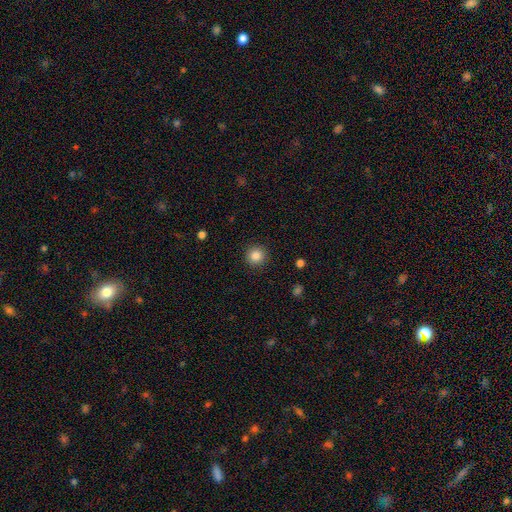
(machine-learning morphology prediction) This is clearly a smooth galaxy (85%). How rounded: clearly round (94%). Merging: clearly none (91%).